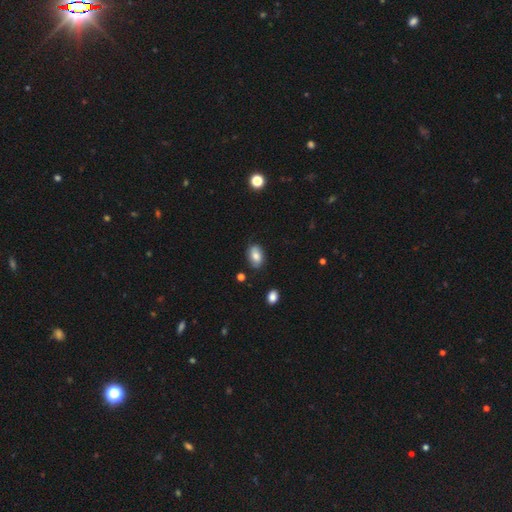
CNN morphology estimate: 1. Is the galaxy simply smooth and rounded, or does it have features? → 76% smooth, 16% featured or disk, 9% star or artifact.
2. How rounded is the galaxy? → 88% in between, 11% round, 2% cigar-shaped.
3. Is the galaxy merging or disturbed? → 79% none, 16% minor disturbance, 3% major disturbance, 2% merger.